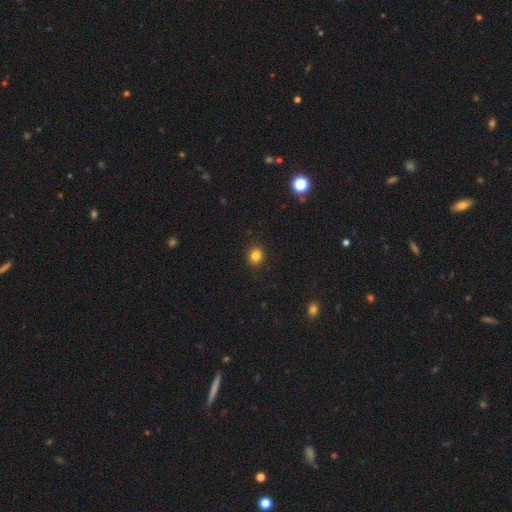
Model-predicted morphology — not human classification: Smooth or featured: smooth — 83% (star or artifact — 12%)
How rounded: round — 78% (in between — 21%)
Merging: none — 91% (minor disturbance — 6%)